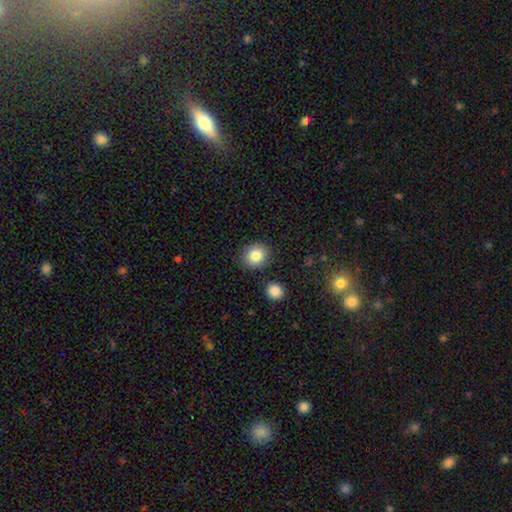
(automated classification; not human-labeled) Q: Smooth or featured?
A: smooth (84%); runner-up: star or artifact (9%)
Q: How rounded?
A: round (84%); runner-up: in between (15%)
Q: Merging?
A: none (86%); runner-up: minor disturbance (8%)